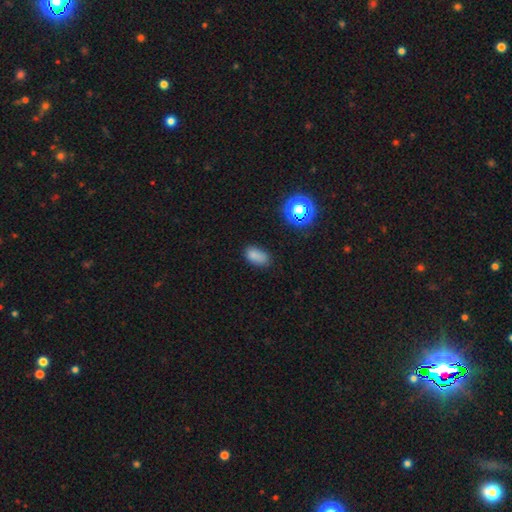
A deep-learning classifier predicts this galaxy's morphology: This is likely a smooth galaxy (78%). How rounded: clearly in between (90%). Merging: likely none (71%).